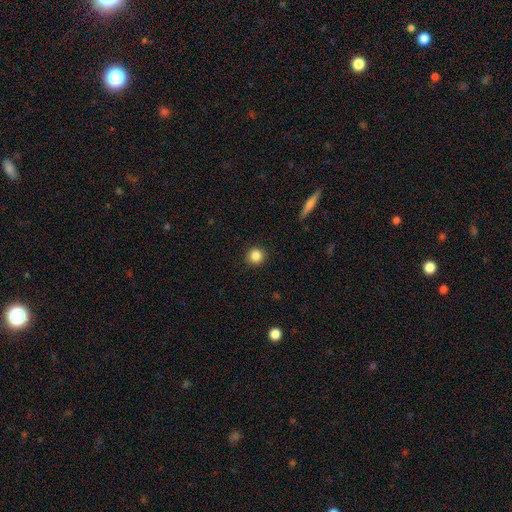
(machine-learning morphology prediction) This appears to be a smooth galaxy with no disk features (86%) that is round (94%). Merging: none (91%).